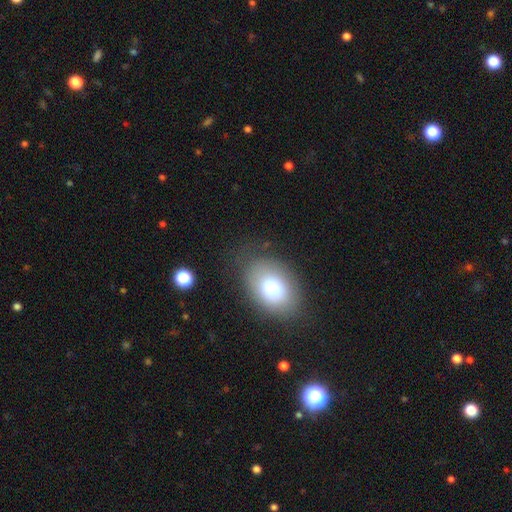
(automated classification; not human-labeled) Smooth or featured? Predicted: smooth (p=0.60). How rounded? Predicted: in between (p=0.73). Merging? Predicted: none (p=0.85).